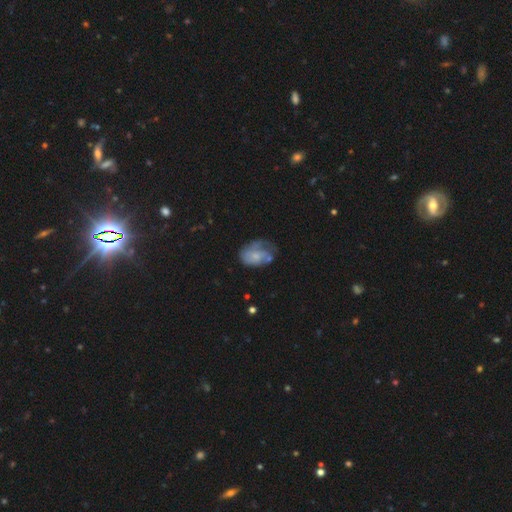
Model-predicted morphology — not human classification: smooth-or-featured: smooth: 49% | featured or disk: 43% | star or artifact: 8%
  merging: none: 35% | minor disturbance: 30% | major disturbance: 29% | merger: 6%